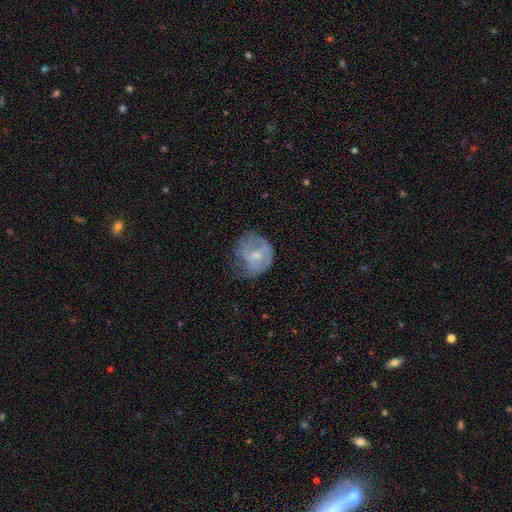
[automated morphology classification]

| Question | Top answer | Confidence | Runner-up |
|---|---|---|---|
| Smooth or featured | featured or disk | 48% | smooth (43%) |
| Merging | none | 39% | minor disturbance (32%) |